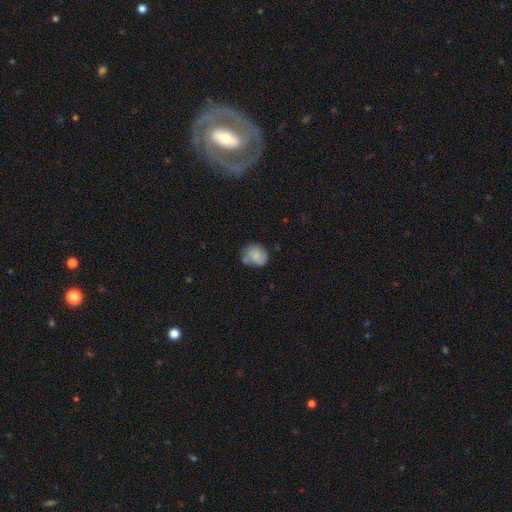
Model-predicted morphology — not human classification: This is likely a smooth galaxy (61%). How rounded: likely round (61%). Merging: possibly none (54%).